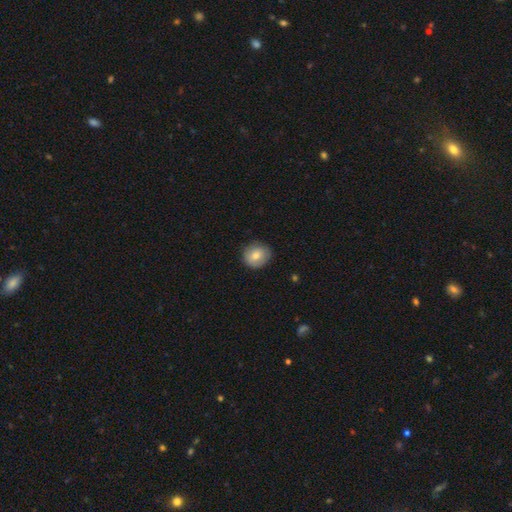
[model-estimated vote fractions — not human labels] Morphology: type=smooth (77%); roundness=round (81%); merging=none (83%).